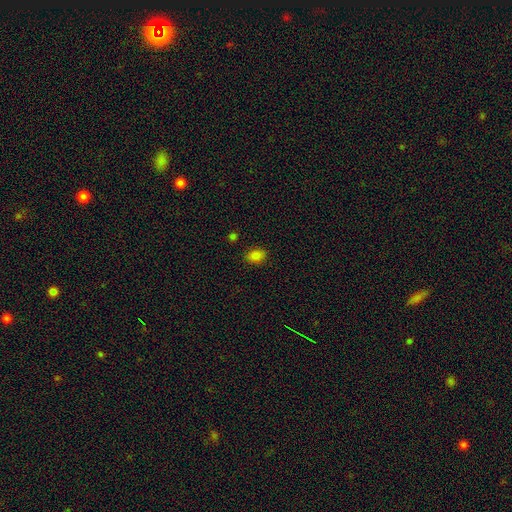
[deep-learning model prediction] Smooth or featured? smooth (83%)
How rounded? in between (69%)
Merging? none (85%)